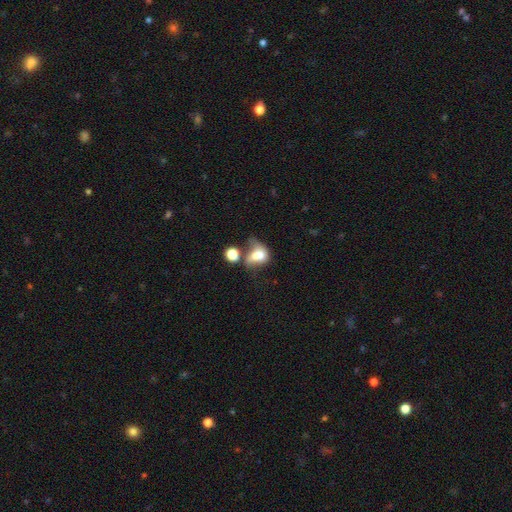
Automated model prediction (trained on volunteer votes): The model was most divided on "merging": merger: 47%, major disturbance: 24%, none: 16%, minor disturbance: 14%. More confident: how rounded — in between (64%); smooth or featured — smooth (61%).